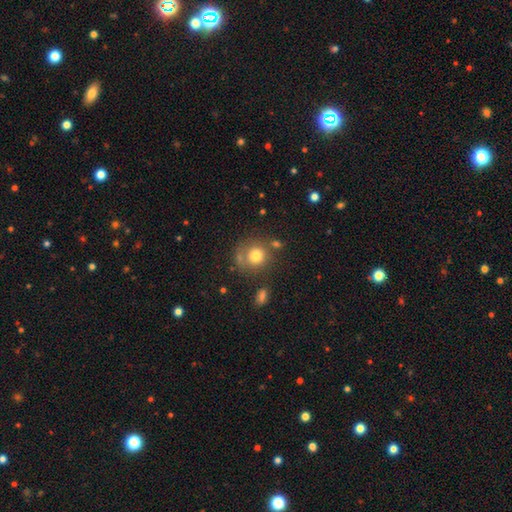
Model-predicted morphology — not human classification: smooth-or-featured: smooth: 76% | featured or disk: 12% | star or artifact: 11%
  how-rounded: round: 87% | in between: 12% | cigar-shaped: 1%
  merging: none: 64% | minor disturbance: 15% | merger: 13% | major disturbance: 7%